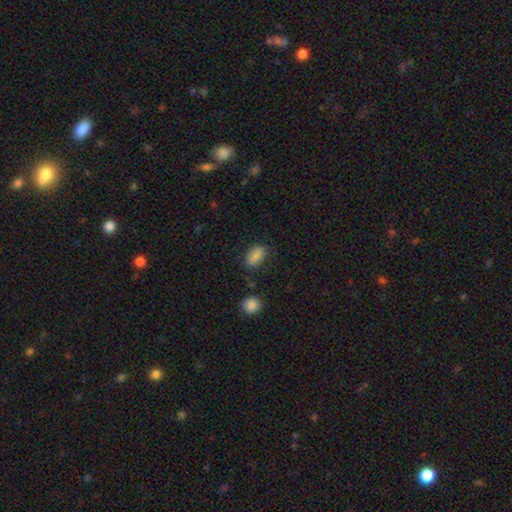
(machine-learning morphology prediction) smooth_or_featured: smooth (p=0.84) [alt: star or artifact p=0.09]
how_rounded: in between (p=0.87) [alt: round p=0.09]
merging: none (p=0.76) [alt: minor disturbance p=0.17]